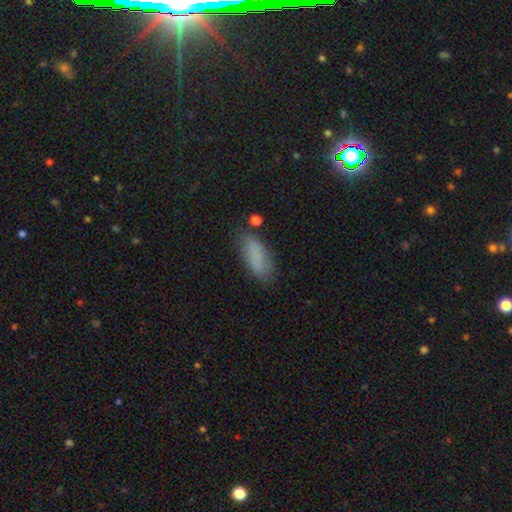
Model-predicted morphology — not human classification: This is clearly a smooth galaxy (82%). How rounded: likely in between (79%). Merging: likely none (71%).